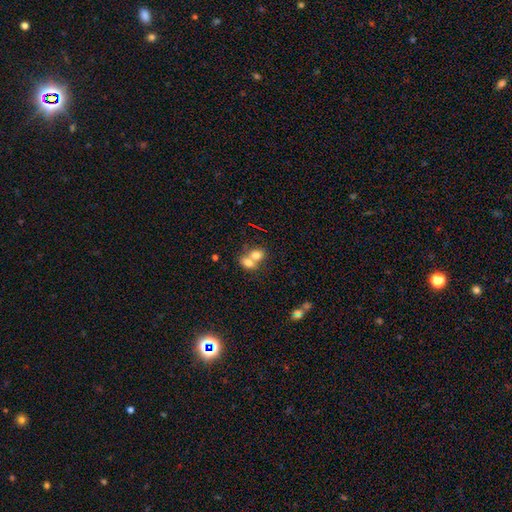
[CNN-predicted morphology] This appears to be a smooth galaxy with no disk features (73%) that is in between round and cigar-shaped (52%). Merging: merger (71%).